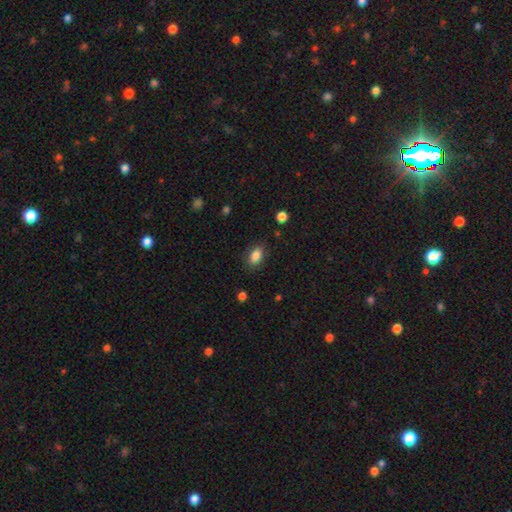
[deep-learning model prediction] smooth 85%, star or artifact 9%, featured or disk 6%. Down the decision tree: how rounded — in between (86%); merging — none (83%).